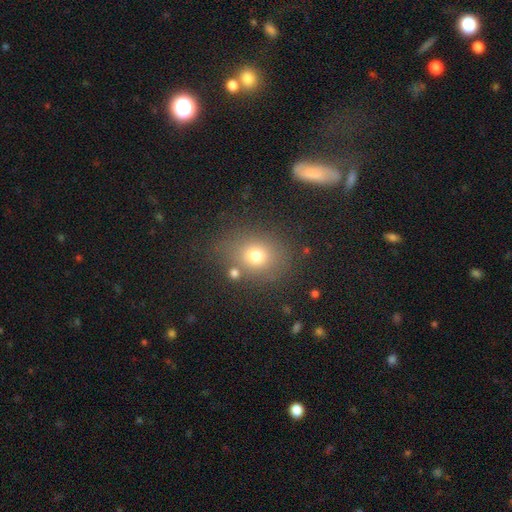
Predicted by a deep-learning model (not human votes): The model was most divided on "how rounded": round: 53%, in between: 46%, cigar-shaped: 1%. More confident: merging — none (74%); smooth or featured — smooth (73%).